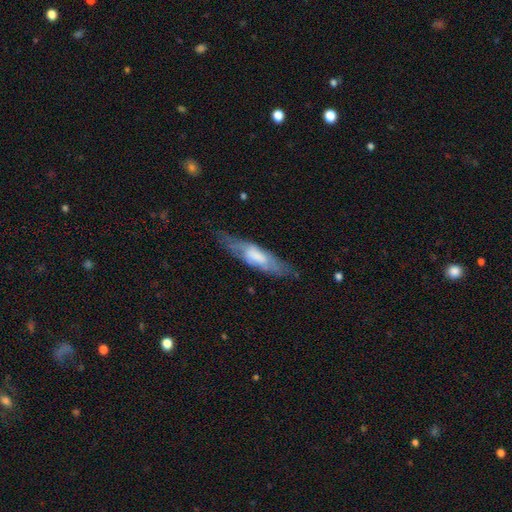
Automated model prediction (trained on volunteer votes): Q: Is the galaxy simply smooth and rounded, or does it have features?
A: featured or disk — 50%.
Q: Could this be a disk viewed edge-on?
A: yes — 60%.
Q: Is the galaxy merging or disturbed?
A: none — 68%.